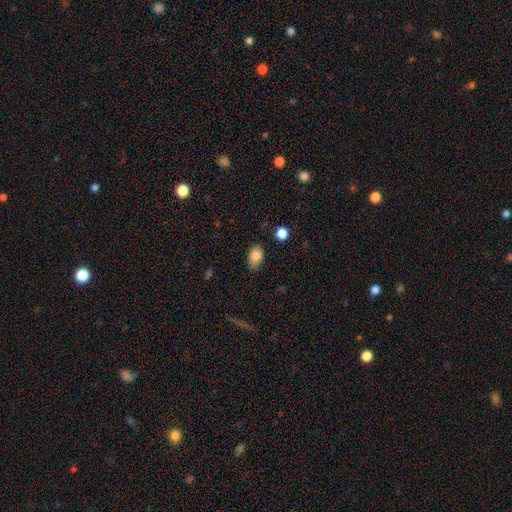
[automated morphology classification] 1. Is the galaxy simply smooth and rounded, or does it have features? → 84% smooth, 9% star or artifact, 7% featured or disk.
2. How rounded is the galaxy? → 82% in between, 16% round, 2% cigar-shaped.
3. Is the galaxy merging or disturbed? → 68% none, 26% minor disturbance, 4% major disturbance, 2% merger.